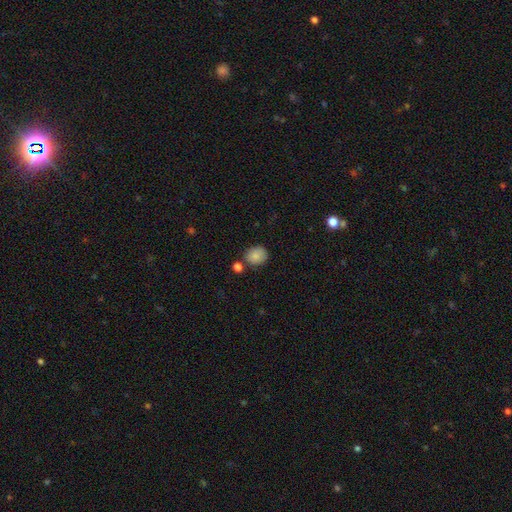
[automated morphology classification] This is clearly a smooth galaxy (85%). How rounded: likely round (62%). Merging: likely none (73%).